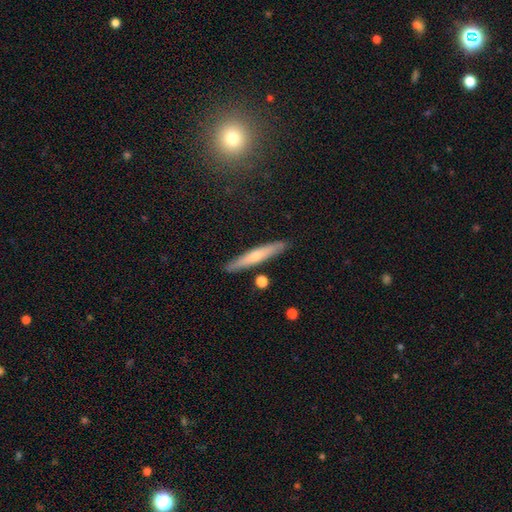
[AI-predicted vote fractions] Q: Smooth or featured?
A: smooth (49%); runner-up: featured or disk (44%)
Q: Merging?
A: none (87%); runner-up: minor disturbance (8%)